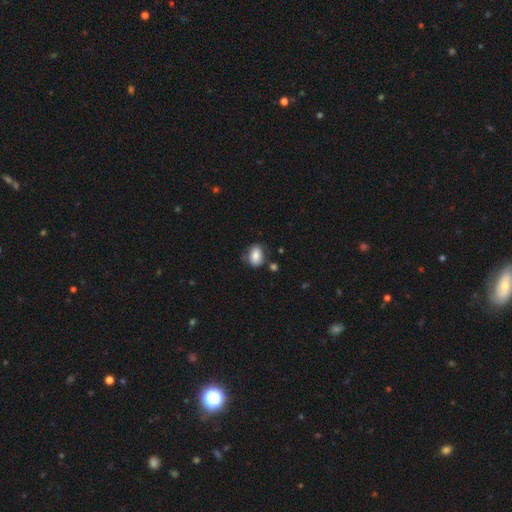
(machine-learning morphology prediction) Smooth or featured? Predicted: smooth (p=0.83). How rounded? Predicted: in between (p=0.80). Merging? Predicted: none (p=0.72).